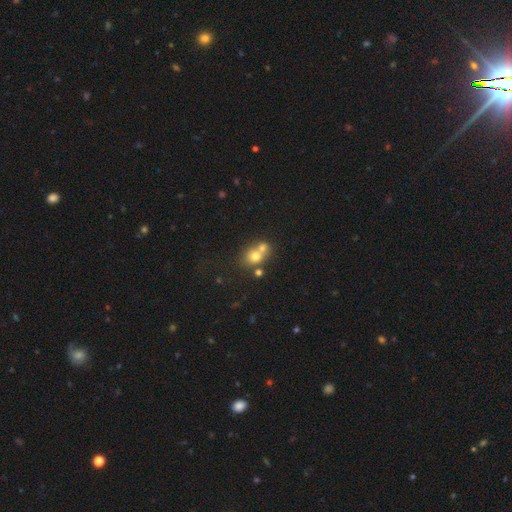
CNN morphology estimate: Smooth or featured? Predicted: smooth (p=0.71). How rounded? Predicted: round (p=0.70). Merging? Predicted: merger (p=0.57).